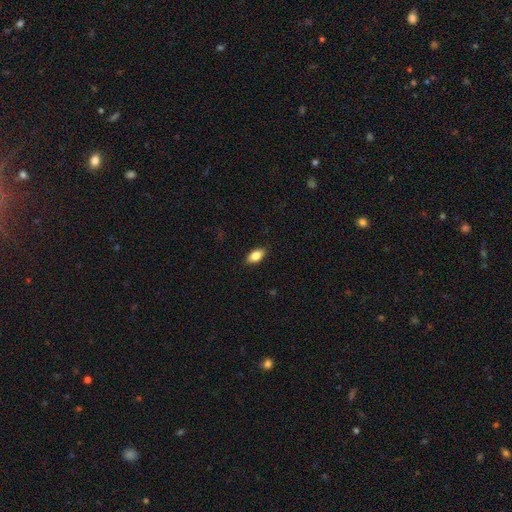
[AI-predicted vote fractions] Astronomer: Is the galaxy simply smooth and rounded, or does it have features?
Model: smooth — 82%.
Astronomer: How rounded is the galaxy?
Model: in between — 89%.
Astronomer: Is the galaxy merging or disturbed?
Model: none — 87%.